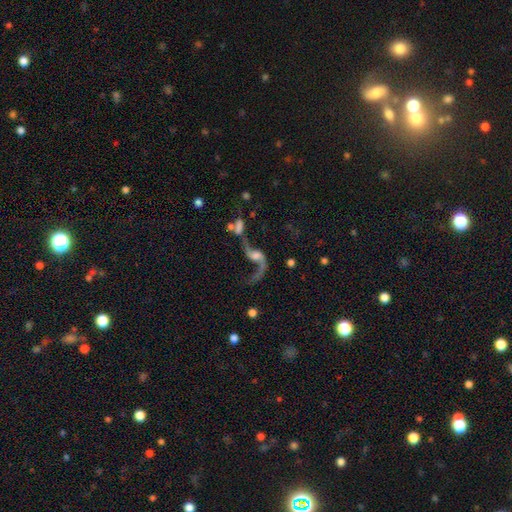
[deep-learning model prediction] Overall: featured or disk (82%). Edge-on disk: no (95%). Bar: no (54%; weak 35%). Spiral arms: yes (91%). Spiral arm count: 2 (80%). Spiral winding: loose (92%). Bulge size: moderate (40%; small 27%). Merging: none (32%, tied with merger).